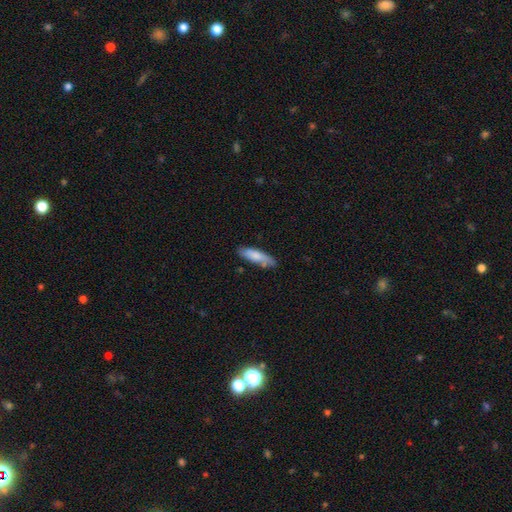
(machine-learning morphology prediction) A smooth galaxy with no disk features (75%) that is cigar-shaped (63%). Merging: none (71%).